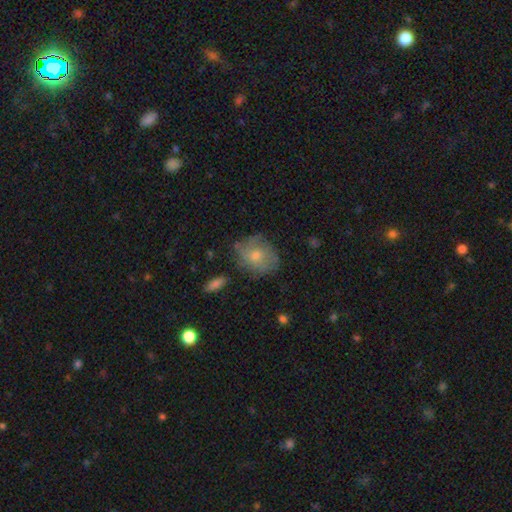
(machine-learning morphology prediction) Smooth or featured?
  - smooth: 50% *
  - featured or disk: 40%
  - star or artifact: 10%
How rounded?
  - round: 54% *
  - in between: 45%
  - cigar-shaped: 1%
Merging?
  - none: 65% *
  - minor disturbance: 24%
  - major disturbance: 9%
  - merger: 2%